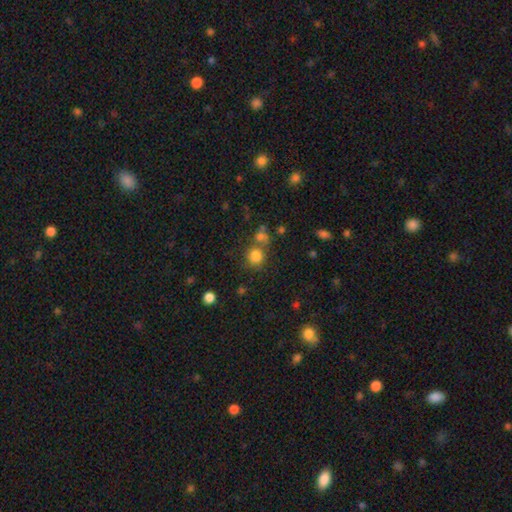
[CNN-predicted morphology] Smooth or featured? Predicted: smooth (p=0.80). How rounded? Predicted: round (p=0.89). Merging? Predicted: none (p=0.65).